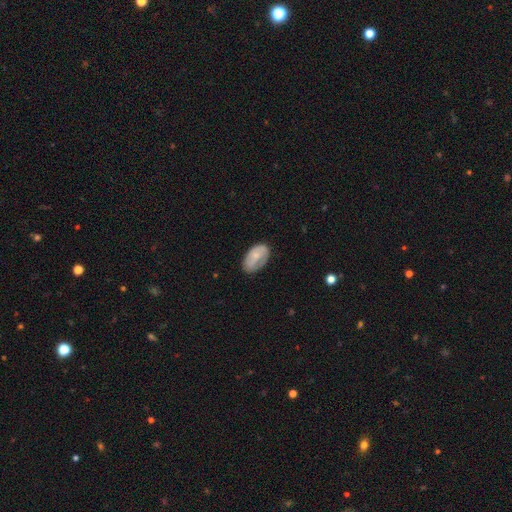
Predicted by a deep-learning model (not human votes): A smooth galaxy with no disk features (63%) that is in between round and cigar-shaped (92%). Merging: none (64%).